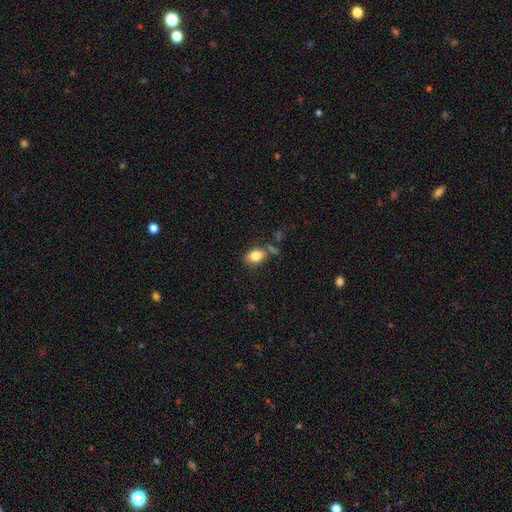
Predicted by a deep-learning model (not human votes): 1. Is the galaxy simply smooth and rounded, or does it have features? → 82% smooth, 10% featured or disk, 9% star or artifact.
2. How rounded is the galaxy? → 78% in between, 20% round, 2% cigar-shaped.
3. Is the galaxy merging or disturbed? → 62% none, 20% minor disturbance, 11% merger, 7% major disturbance.